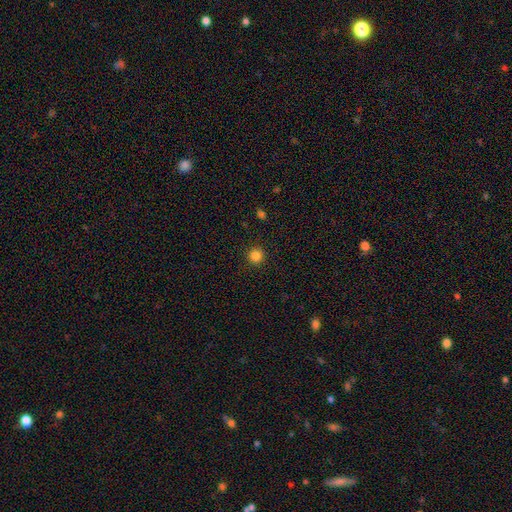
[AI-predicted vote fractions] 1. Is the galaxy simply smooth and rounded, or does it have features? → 84% smooth, 12% star or artifact, 3% featured or disk.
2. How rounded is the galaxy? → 94% round, 5% in between, 1% cigar-shaped.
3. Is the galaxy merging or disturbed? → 92% none, 5% minor disturbance, 2% major disturbance, 1% merger.